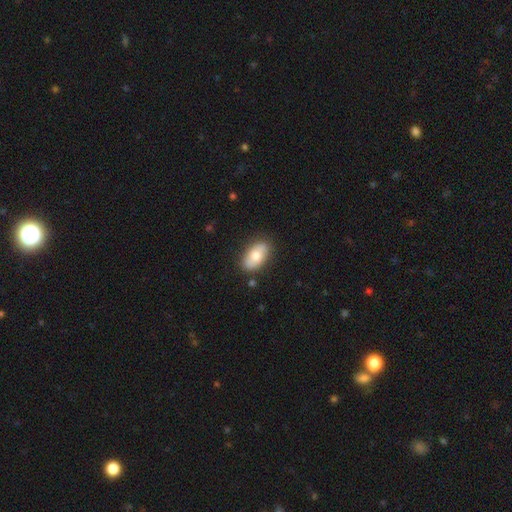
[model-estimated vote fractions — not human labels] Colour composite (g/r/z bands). It shows a smooth galaxy with no disk features (69%) that is in between round and cigar-shaped (91%). Merging: none (83%).